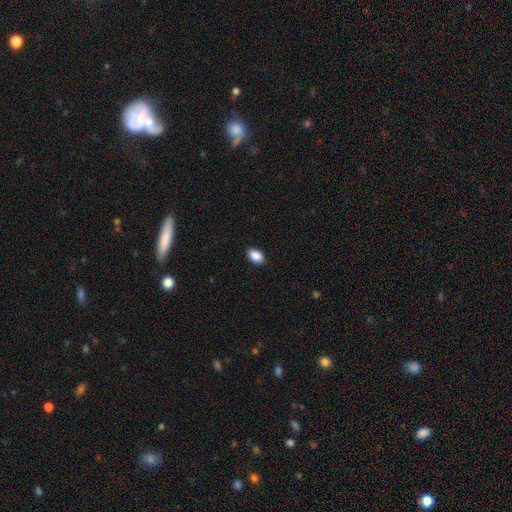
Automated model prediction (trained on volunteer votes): Smooth or featured? Predicted: smooth (p=0.89). How rounded? Predicted: in between (p=0.88). Merging? Predicted: none (p=0.89).